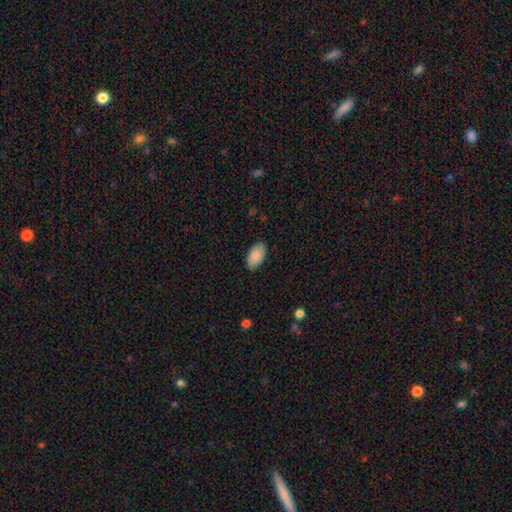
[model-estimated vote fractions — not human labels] The model was most divided on "merging": none: 83%, minor disturbance: 14%, major disturbance: 2%, merger: 1%. More confident: how rounded — in between (95%); smooth or featured — smooth (88%).